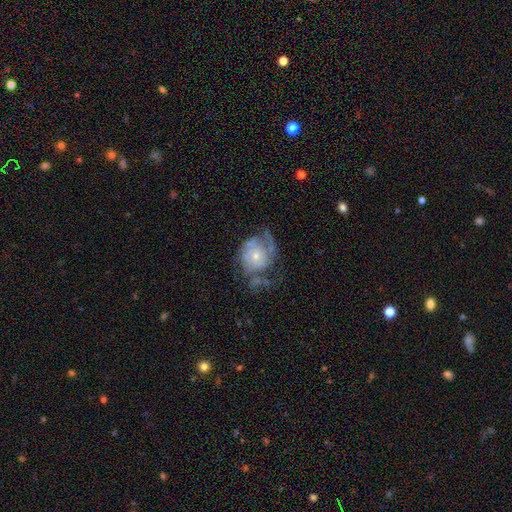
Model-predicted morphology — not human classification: Smooth or featured: featured or disk — 70% (smooth — 23%)
Edge-on disk: no — 97% (yes — 3%)
Bar: no — 81% (weak — 16%)
Spiral arms: yes — 76% (no — 24%)
Spiral winding: tight — 38% (medium — 36%)
Spiral arm count: 2 — 38% (can't tell — 32%)
Bulge size: small — 63% (moderate — 31%)
Merging: none — 37% (major disturbance — 33%)